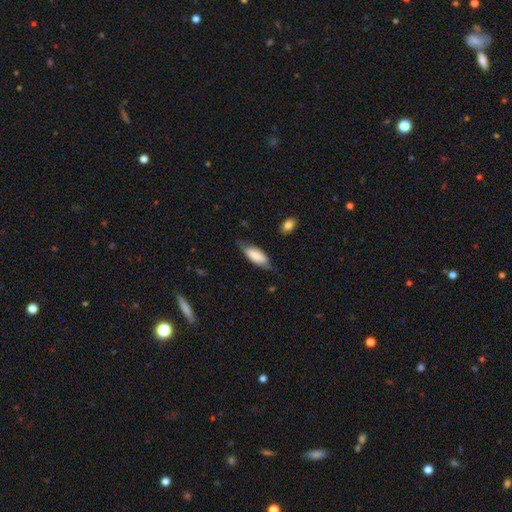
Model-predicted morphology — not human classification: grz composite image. It shows a smooth galaxy with no disk features (71%) that is in between round and cigar-shaped (74%). Merging: none (62%).